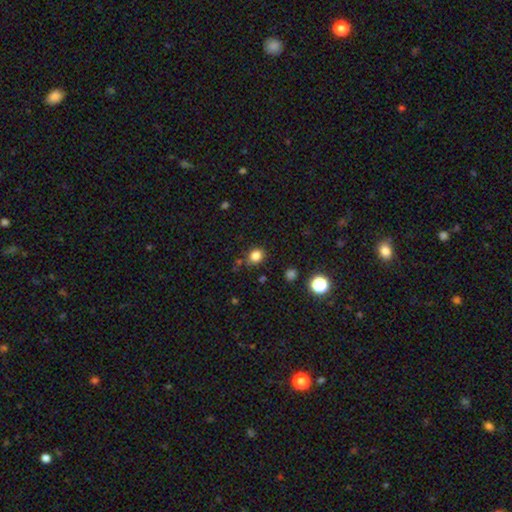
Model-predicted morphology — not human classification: smooth 82%, star or artifact 13%, featured or disk 4%. Down the decision tree: how rounded — round (68%); merging — none (80%).